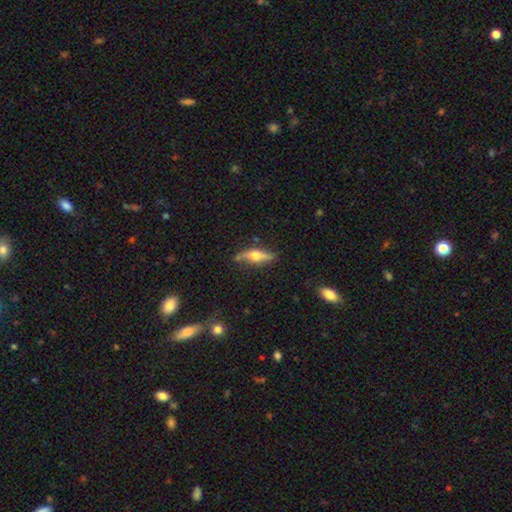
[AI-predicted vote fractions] Smooth or featured? featured or disk (61%)
Edge-on disk? yes (90%)
Edge-on bulge? rounded (95%)
Merging? none (75%)